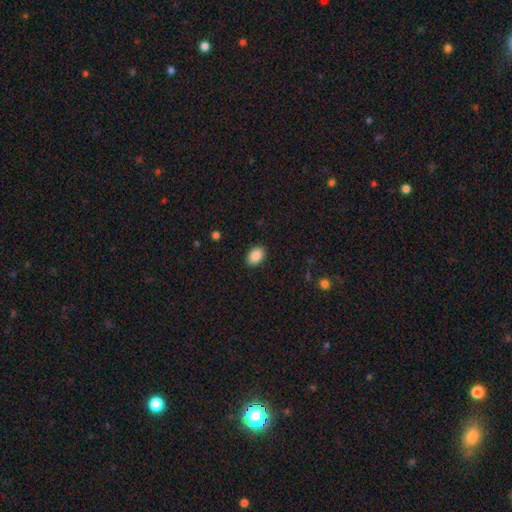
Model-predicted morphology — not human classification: Smooth or featured: smooth — 89% (star or artifact — 8%)
How rounded: in between — 82% (round — 17%)
Merging: none — 89% (minor disturbance — 8%)